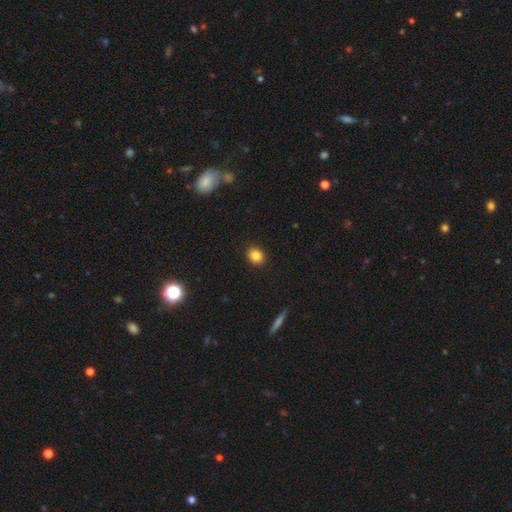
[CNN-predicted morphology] Overall: smooth (84%). How rounded: round (70%). Merging: none (91%).